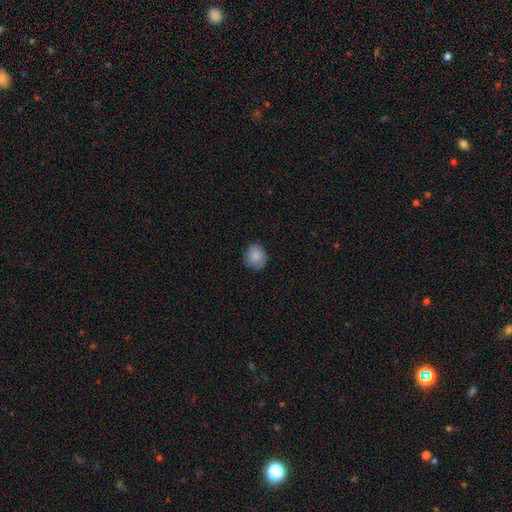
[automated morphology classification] Q: Smooth or featured?
A: smooth (86%); runner-up: star or artifact (8%)
Q: How rounded?
A: round (80%); runner-up: in between (19%)
Q: Merging?
A: none (83%); runner-up: minor disturbance (14%)